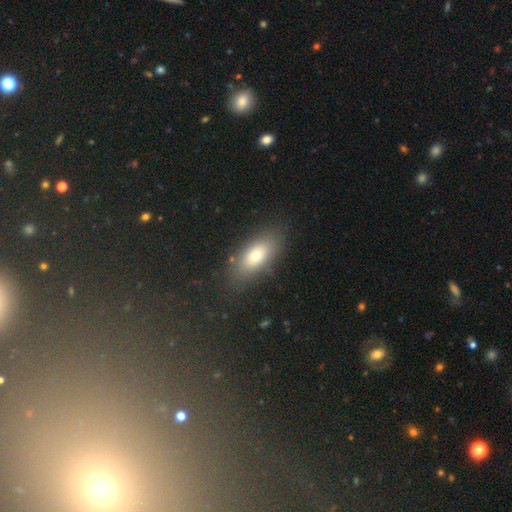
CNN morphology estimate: Smooth or featured: smooth — 70% (featured or disk — 21%)
How rounded: in between — 83% (cigar-shaped — 11%)
Merging: none — 80% (minor disturbance — 13%)